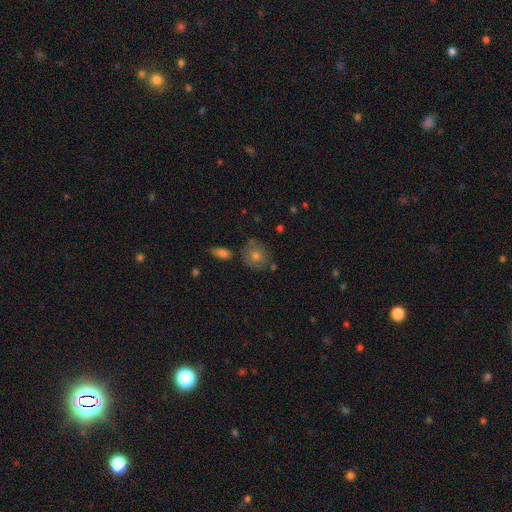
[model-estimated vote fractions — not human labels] Q: Smooth or featured?
A: smooth (67%); runner-up: featured or disk (20%)
Q: How rounded?
A: round (82%); runner-up: in between (17%)
Q: Merging?
A: none (72%); runner-up: minor disturbance (16%)